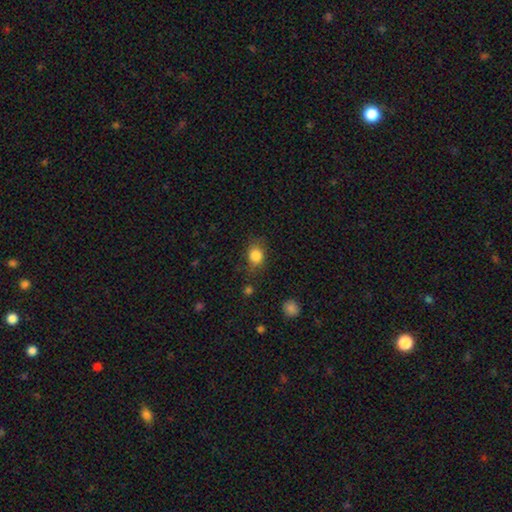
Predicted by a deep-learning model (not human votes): Overall: smooth (84%). How rounded: round (59%; in between 40%). Merging: none (74%).